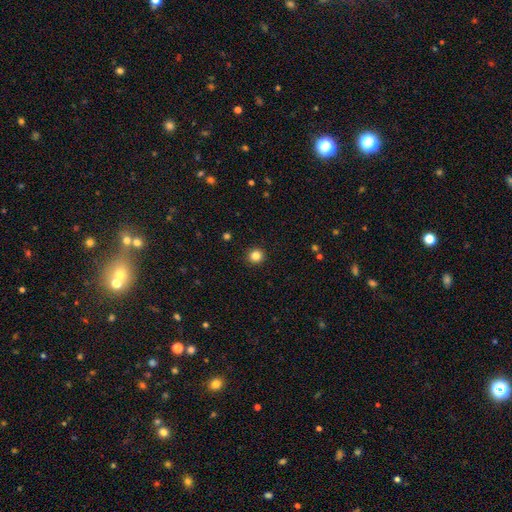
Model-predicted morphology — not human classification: This appears to be a smooth galaxy with no disk features (84%) that is round (92%). Merging: none (92%).